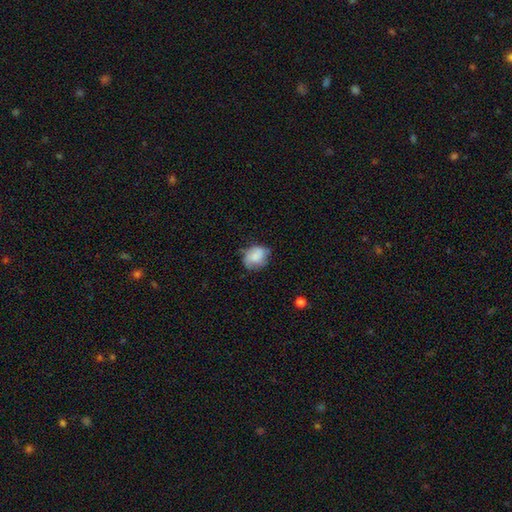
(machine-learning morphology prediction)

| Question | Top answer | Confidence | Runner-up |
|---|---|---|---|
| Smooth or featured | smooth | 70% | featured or disk (22%) |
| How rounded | round | 50% | in between (49%) |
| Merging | none | 55% | minor disturbance (32%) |